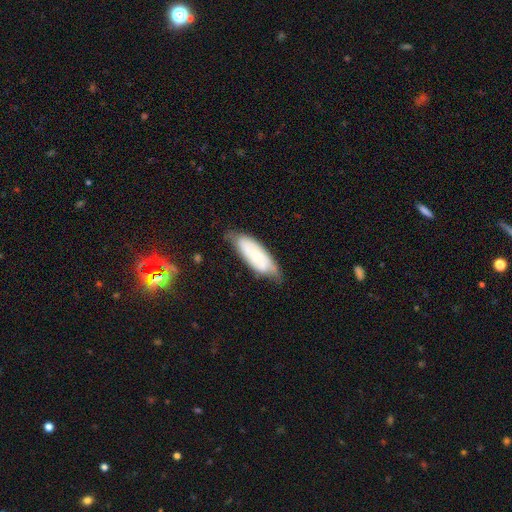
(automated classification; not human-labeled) Overall: featured or disk (48%; smooth 45%). Merging: none (61%; minor disturbance 30%).